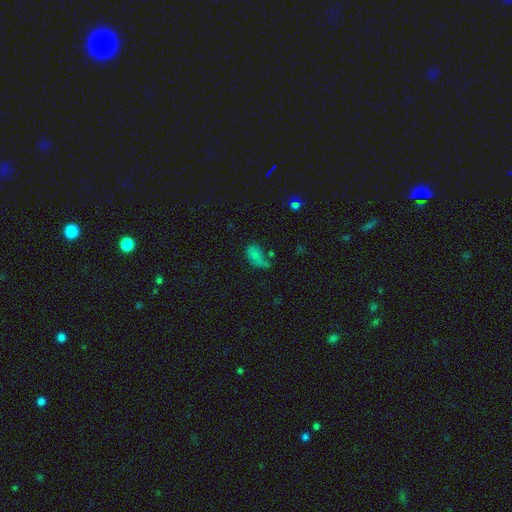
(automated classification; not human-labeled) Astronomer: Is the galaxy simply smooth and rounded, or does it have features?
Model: smooth — 70%.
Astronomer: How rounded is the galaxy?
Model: in between — 87%.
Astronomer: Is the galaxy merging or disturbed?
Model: none — 35% (runner-up: minor disturbance, 28%).